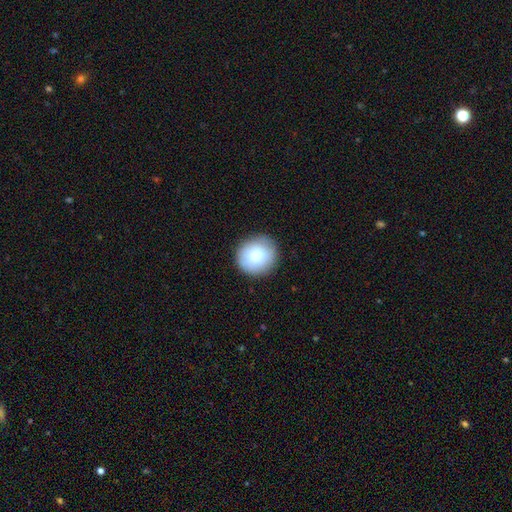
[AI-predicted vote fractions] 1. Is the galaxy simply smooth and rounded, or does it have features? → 83% smooth, 10% featured or disk, 7% star or artifact.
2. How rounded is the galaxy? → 90% round, 10% in between, 1% cigar-shaped.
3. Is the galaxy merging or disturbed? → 87% none, 10% minor disturbance, 3% major disturbance, 1% merger.